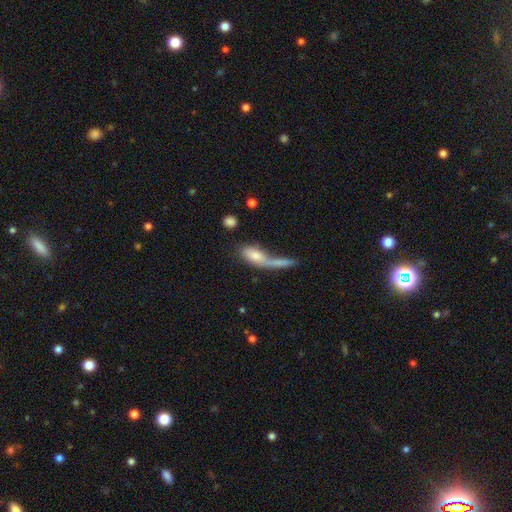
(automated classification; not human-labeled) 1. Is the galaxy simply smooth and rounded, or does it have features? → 66% smooth, 25% featured or disk, 9% star or artifact.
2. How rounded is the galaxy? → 66% in between, 28% cigar-shaped, 6% round.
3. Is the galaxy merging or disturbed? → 44% merger, 26% none, 18% major disturbance, 12% minor disturbance.